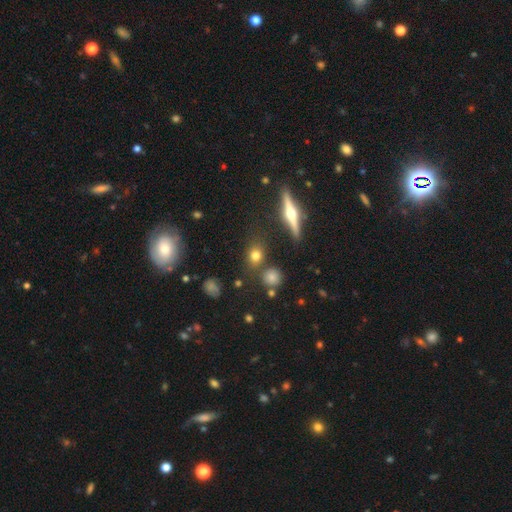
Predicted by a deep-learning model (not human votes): Morphology: type=smooth (71%); roundness=round (64%); merging=none (79%).